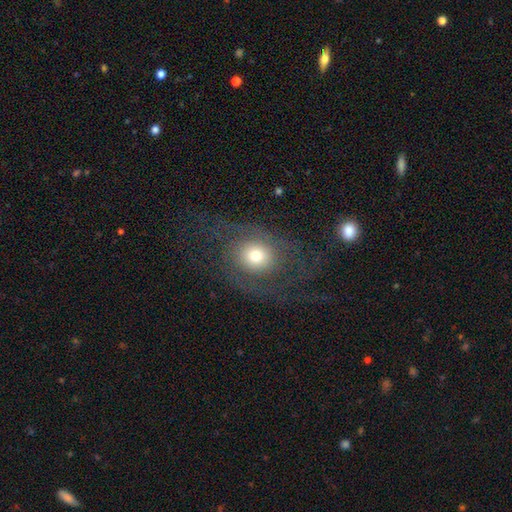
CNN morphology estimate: Smooth or featured: featured or disk — 53% (smooth — 37%)
Edge-on disk: no — 96% (yes — 4%)
Bar: no — 83% (weak — 14%)
Spiral arms: yes — 76% (no — 24%)
Bulge size: moderate — 57% (small — 19%)
Merging: none — 63% (major disturbance — 22%)